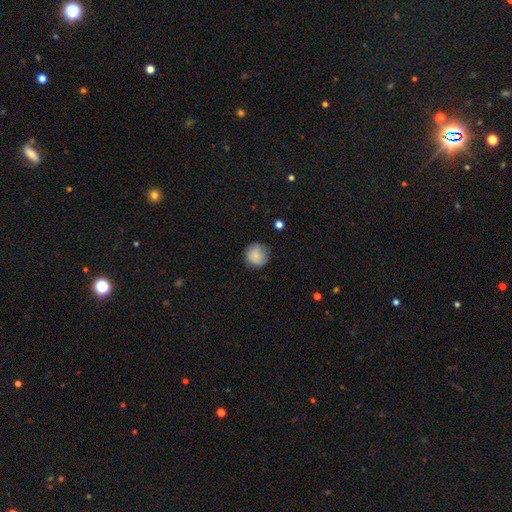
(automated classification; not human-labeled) smooth-or-featured: smooth: 79% | featured or disk: 14% | star or artifact: 8%
  how-rounded: round: 91% | in between: 8% | cigar-shaped: 1%
  merging: none: 78% | minor disturbance: 16% | major disturbance: 4% | merger: 1%